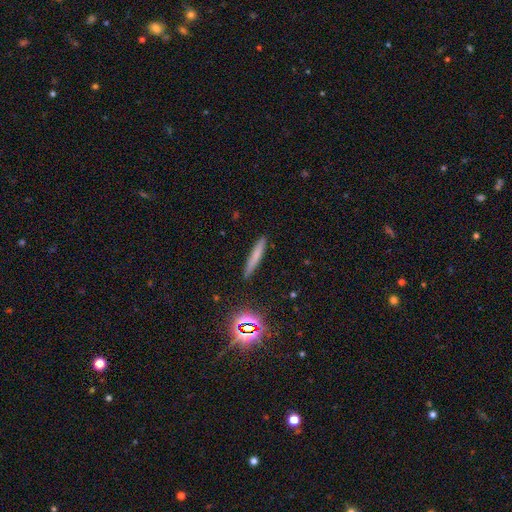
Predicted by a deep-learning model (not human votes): smooth-or-featured: smooth: 68% | featured or disk: 20% | star or artifact: 12%
  how-rounded: cigar-shaped: 93% | in between: 5% | round: 2%
  merging: none: 87% | minor disturbance: 9% | major disturbance: 2% | merger: 2%